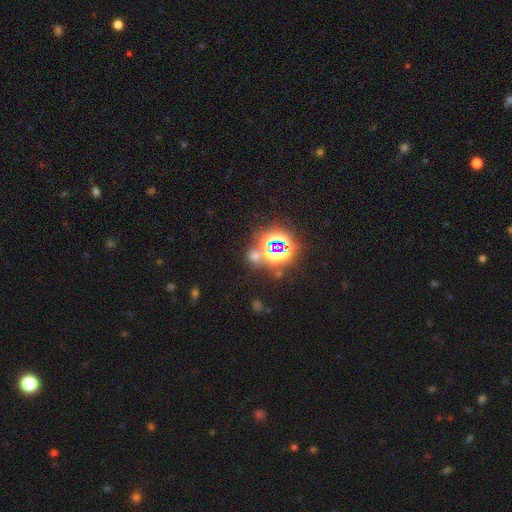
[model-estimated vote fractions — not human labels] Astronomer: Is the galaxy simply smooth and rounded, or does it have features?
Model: star or artifact — 56% (runner-up: smooth, 36%).